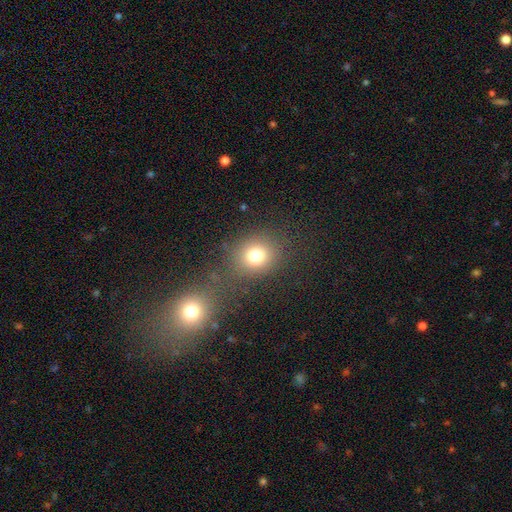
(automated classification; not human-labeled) This is likely a smooth galaxy (77%). How rounded: likely round (73%). Merging: likely none (73%).